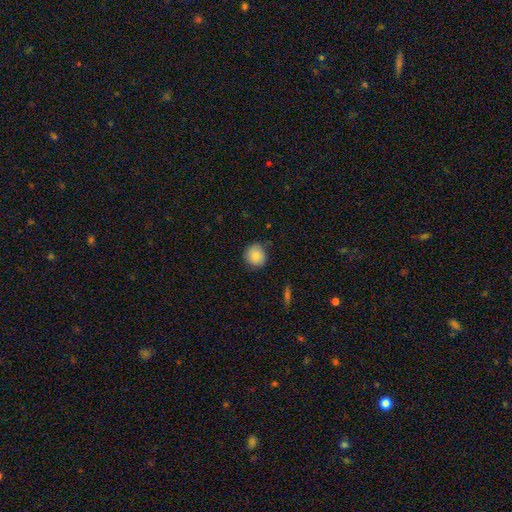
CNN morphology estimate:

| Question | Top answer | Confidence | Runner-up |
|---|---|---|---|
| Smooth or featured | smooth | 83% | featured or disk (9%) |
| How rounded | round | 90% | in between (9%) |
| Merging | none | 80% | minor disturbance (16%) |